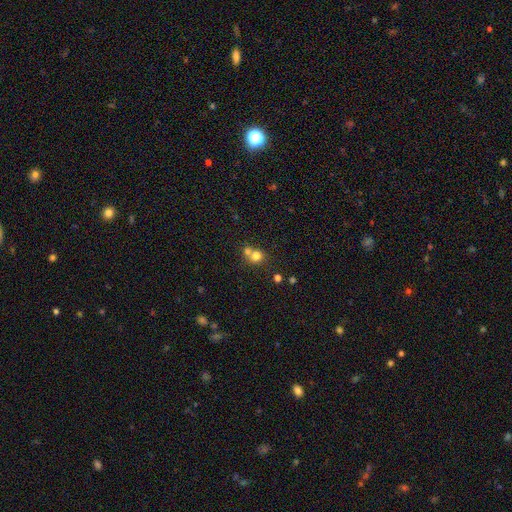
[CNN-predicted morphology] The model was most divided on "merging": merger: 46%, none: 44%, minor disturbance: 7%, major disturbance: 3%. More confident: how rounded — round (81%); smooth or featured — smooth (76%).